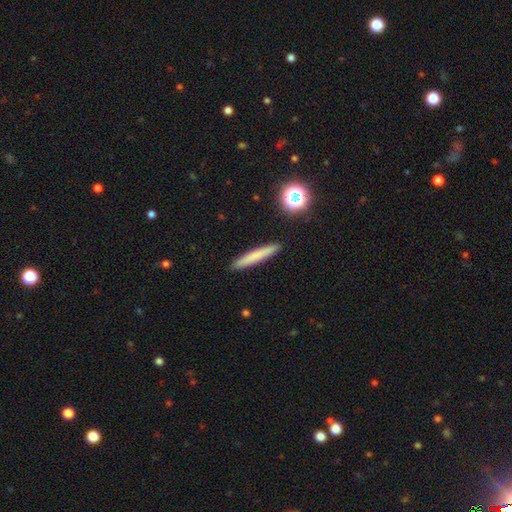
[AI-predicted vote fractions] The model was most divided on "smooth or featured": smooth: 73%, featured or disk: 19%, star or artifact: 9%. More confident: how rounded — cigar-shaped (95%); merging — none (92%).